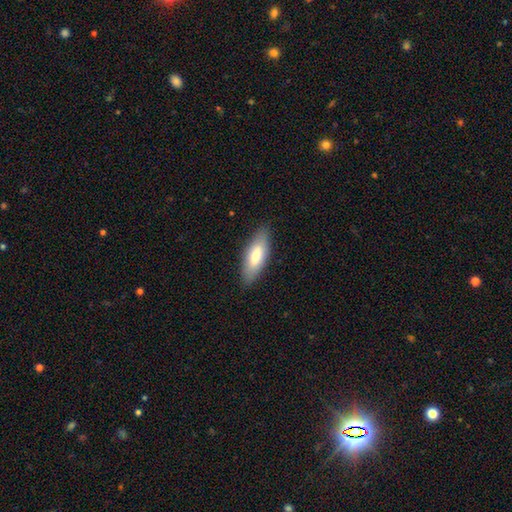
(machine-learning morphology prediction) Smooth or featured: smooth — 72% (featured or disk — 22%)
How rounded: in between — 67% (cigar-shaped — 31%)
Merging: none — 85% (minor disturbance — 11%)